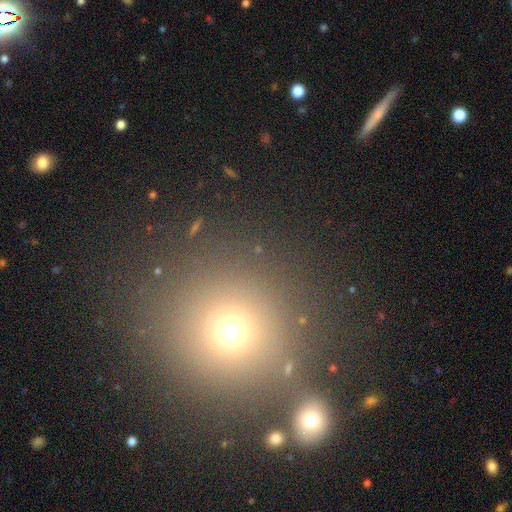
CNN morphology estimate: smooth 61%, star or artifact 30%, featured or disk 9%. Down the decision tree: how rounded — round (93%); merging — none (81%).